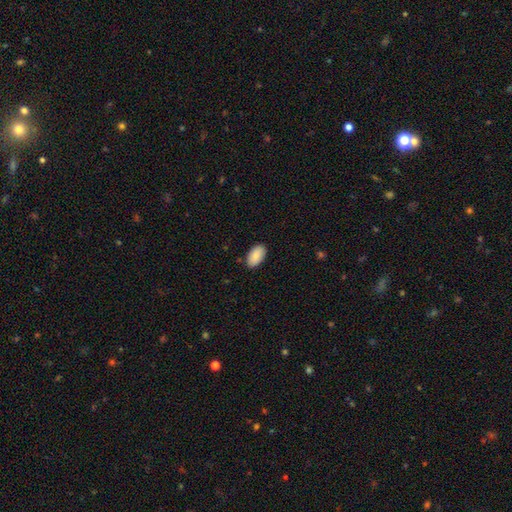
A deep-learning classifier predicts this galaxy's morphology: Smooth or featured: smooth — 88% (star or artifact — 6%)
How rounded: in between — 95% (round — 3%)
Merging: none — 86% (minor disturbance — 11%)